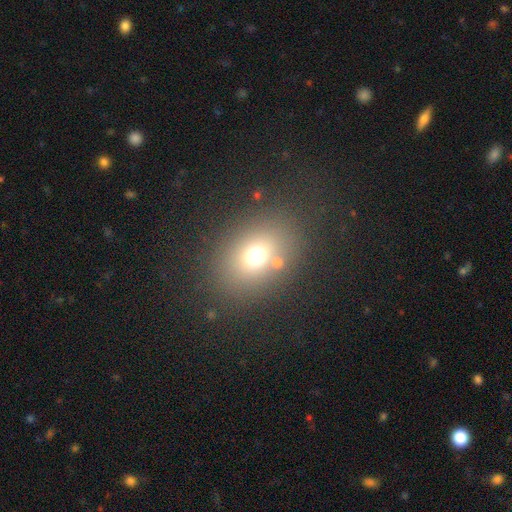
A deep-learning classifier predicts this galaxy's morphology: smooth_or_featured: smooth (p=0.68) [alt: star or artifact p=0.20]
how_rounded: in between (p=0.51) [alt: round p=0.47]
merging: none (p=0.77) [alt: minor disturbance p=0.10]